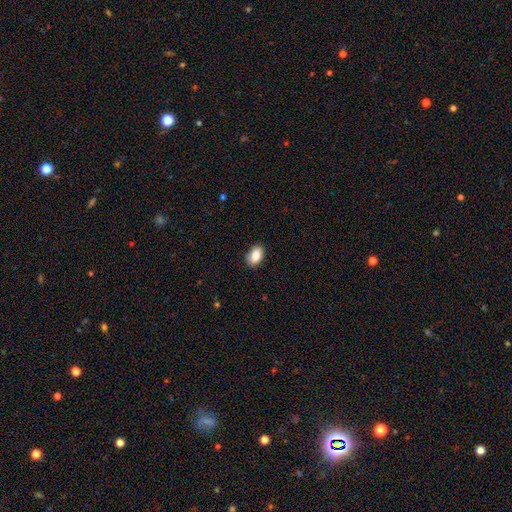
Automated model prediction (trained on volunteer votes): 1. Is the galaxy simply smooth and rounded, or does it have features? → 87% smooth, 7% star or artifact, 5% featured or disk.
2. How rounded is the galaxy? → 90% in between, 9% round, 2% cigar-shaped.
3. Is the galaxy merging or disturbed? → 86% none, 11% minor disturbance, 2% major disturbance, 1% merger.